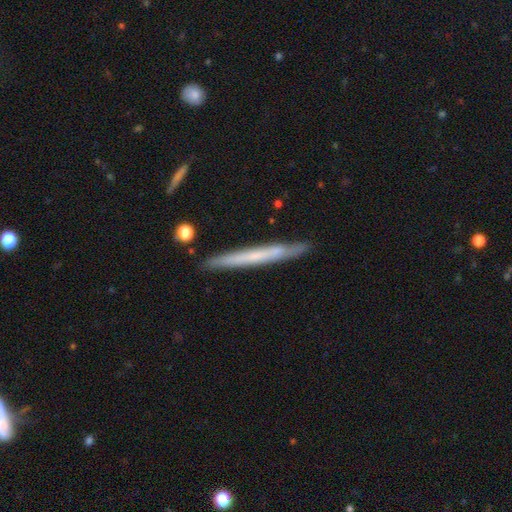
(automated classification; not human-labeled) This appears to be a featured or disk galaxy (49%). Merging: none (87%).